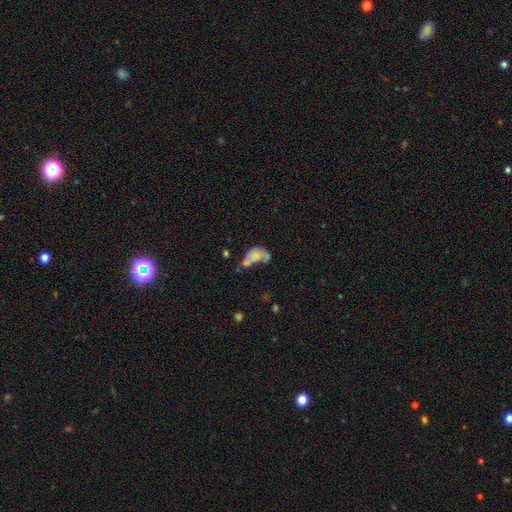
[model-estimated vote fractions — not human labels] smooth 58%, featured or disk 31%, star or artifact 12%. Down the decision tree: how rounded — in between (81%); merging — merger (46%).